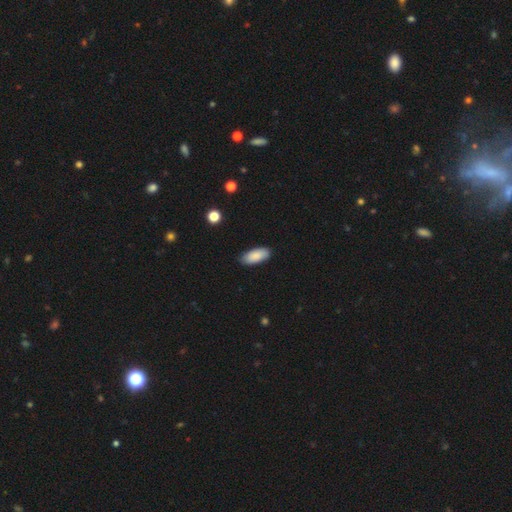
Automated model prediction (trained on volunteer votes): Smooth or featured? Predicted: smooth (p=0.87). How rounded? Predicted: in between (p=0.87). Merging? Predicted: none (p=0.86).